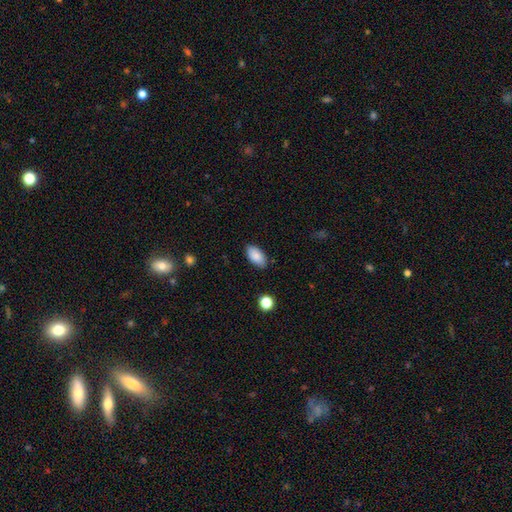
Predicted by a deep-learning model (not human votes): A smooth galaxy with no disk features (87%) that is in between round and cigar-shaped (94%). Merging: none (86%).